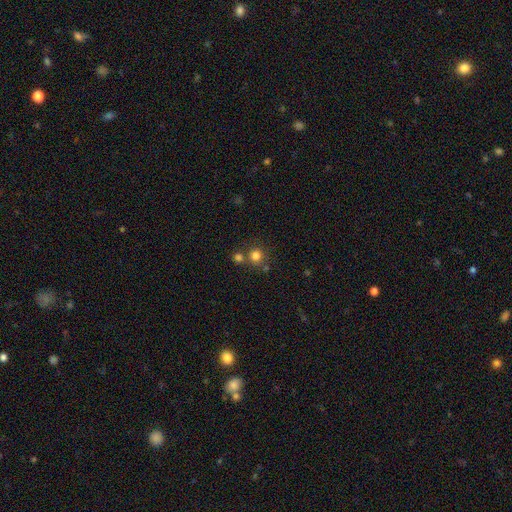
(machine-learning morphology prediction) Smooth or featured? Predicted: smooth (p=0.79). How rounded? Predicted: round (p=0.92). Merging? Predicted: none (p=0.67).